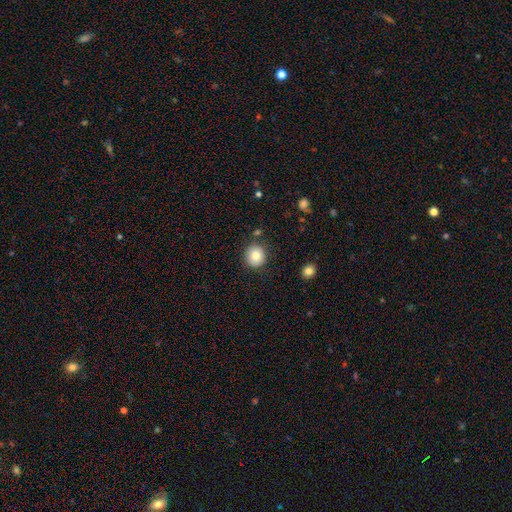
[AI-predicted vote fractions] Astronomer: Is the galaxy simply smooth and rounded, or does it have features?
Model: smooth — 82%.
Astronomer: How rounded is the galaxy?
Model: round — 89%.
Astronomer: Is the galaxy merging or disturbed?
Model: none — 85%.